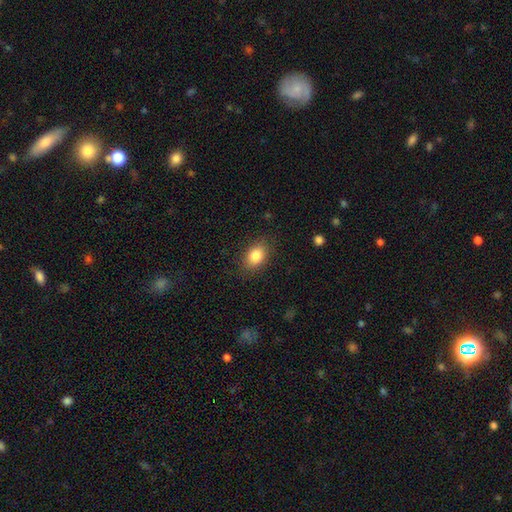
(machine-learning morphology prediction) Overall: smooth (84%). How rounded: in between (79%). Merging: none (85%).